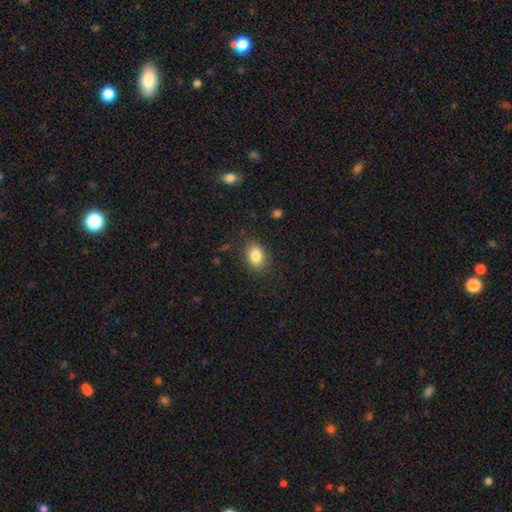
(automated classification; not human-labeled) smooth 84%, star or artifact 9%, featured or disk 7%. Down the decision tree: how rounded — in between (74%); merging — none (83%).